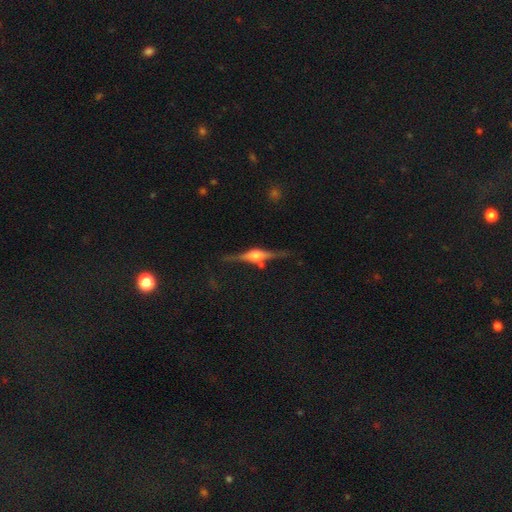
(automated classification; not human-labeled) Q: Smooth or featured?
A: featured or disk (84%); runner-up: smooth (10%)
Q: Edge-on disk?
A: yes (98%); runner-up: no (2%)
Q: Edge-on bulge?
A: rounded (92%); runner-up: boxy (7%)
Q: Merging?
A: none (83%); runner-up: minor disturbance (11%)